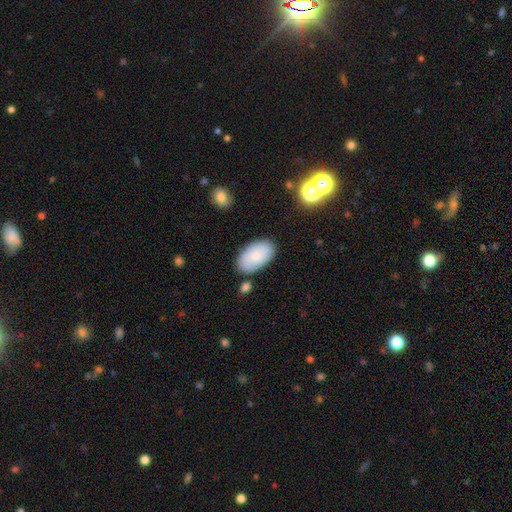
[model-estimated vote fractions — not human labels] The model was most divided on "merging": none: 80%, minor disturbance: 13%, merger: 4%, major disturbance: 3%. More confident: how rounded — in between (95%); smooth or featured — smooth (83%).